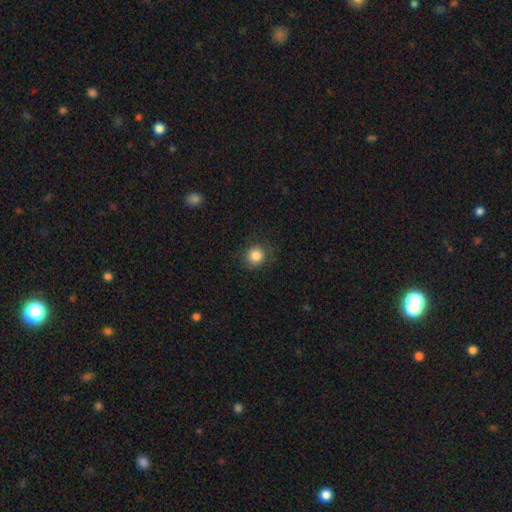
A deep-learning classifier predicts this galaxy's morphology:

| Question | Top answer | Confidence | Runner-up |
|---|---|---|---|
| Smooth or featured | smooth | 85% | star or artifact (10%) |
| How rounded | round | 88% | in between (11%) |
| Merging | none | 86% | minor disturbance (10%) |